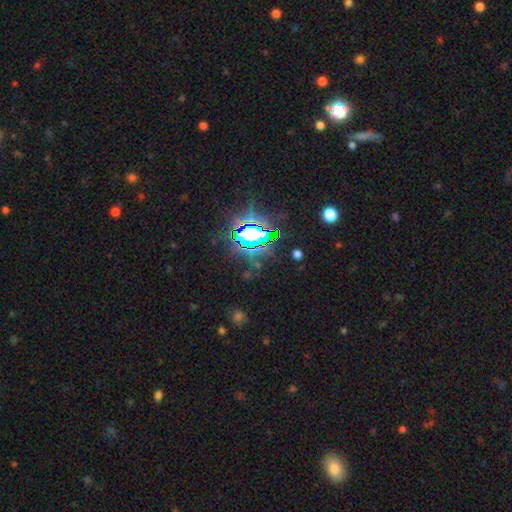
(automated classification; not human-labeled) A star or artifact, not a galaxy (81%).

Vote fractions:
- Smooth or featured? star or artifact: 81% / smooth: 12% / featured or disk: 7%